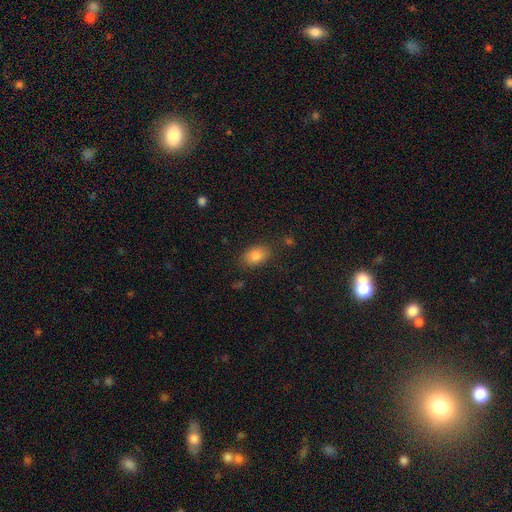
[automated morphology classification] smooth-or-featured: smooth: 82% | star or artifact: 9% | featured or disk: 8%
  how-rounded: in between: 81% | round: 17% | cigar-shaped: 1%
  merging: none: 81% | minor disturbance: 13% | major disturbance: 4% | merger: 2%